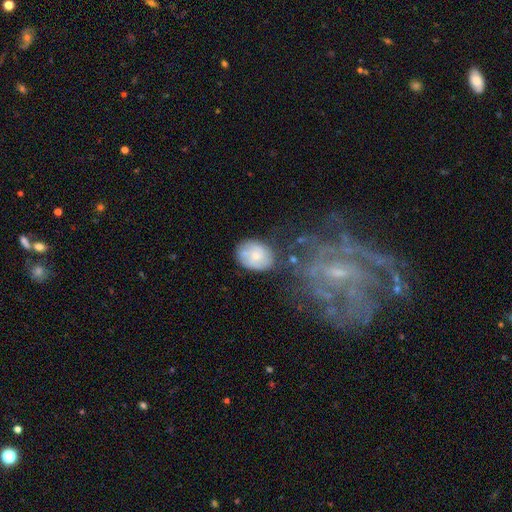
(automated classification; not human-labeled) Smooth or featured? smooth (50%)
How rounded? in between (51%)
Merging? none (65%)